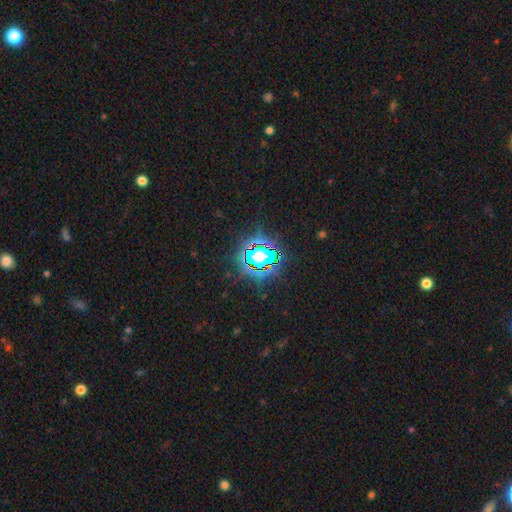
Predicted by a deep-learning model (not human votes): star or artifact 80%, smooth 12%, featured or disk 8%.